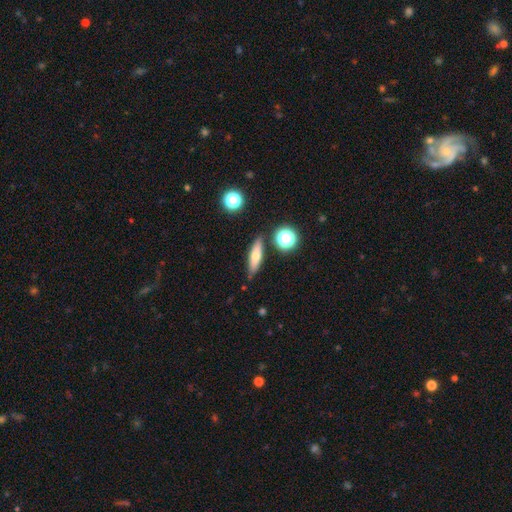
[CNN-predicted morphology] smooth-or-featured: smooth: 59% | featured or disk: 32% | star or artifact: 9%
  how-rounded: cigar-shaped: 61% | in between: 34% | round: 5%
  merging: none: 83% | minor disturbance: 11% | merger: 4% | major disturbance: 3%